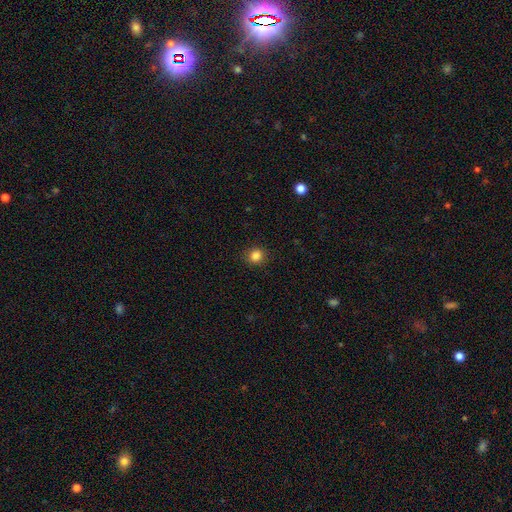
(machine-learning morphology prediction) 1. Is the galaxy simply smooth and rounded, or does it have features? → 85% smooth, 11% star or artifact, 4% featured or disk.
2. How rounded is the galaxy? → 85% round, 15% in between, 1% cigar-shaped.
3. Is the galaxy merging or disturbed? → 90% none, 7% minor disturbance, 2% major disturbance, 1% merger.